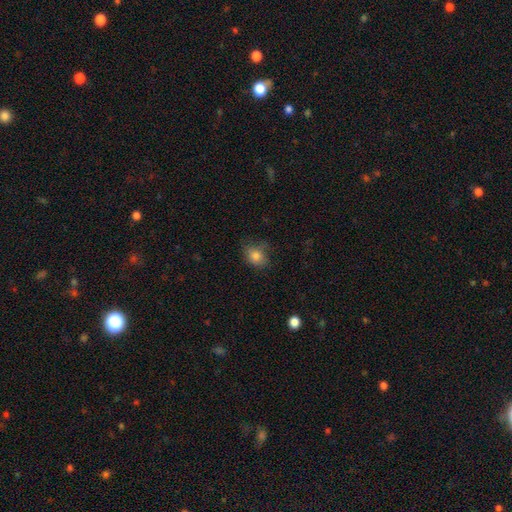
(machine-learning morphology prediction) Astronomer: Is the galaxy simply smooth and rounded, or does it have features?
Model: smooth — 82%.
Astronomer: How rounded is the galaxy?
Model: round — 53% (runner-up: in between, 45%).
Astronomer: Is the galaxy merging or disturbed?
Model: none — 68%.